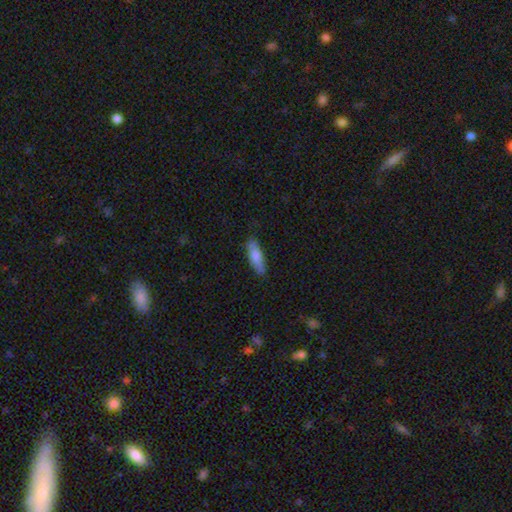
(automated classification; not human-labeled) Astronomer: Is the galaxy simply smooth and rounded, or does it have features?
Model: smooth — 76%.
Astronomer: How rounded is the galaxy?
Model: cigar-shaped — 49%, tied with in between at 49%.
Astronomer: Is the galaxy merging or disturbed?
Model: none — 84%.